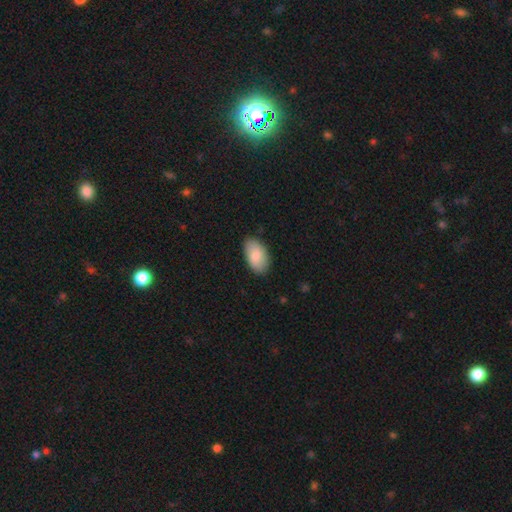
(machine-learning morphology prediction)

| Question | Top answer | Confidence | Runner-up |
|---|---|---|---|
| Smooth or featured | smooth | 84% | featured or disk (10%) |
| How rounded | in between | 95% | round (3%) |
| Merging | none | 84% | minor disturbance (12%) |